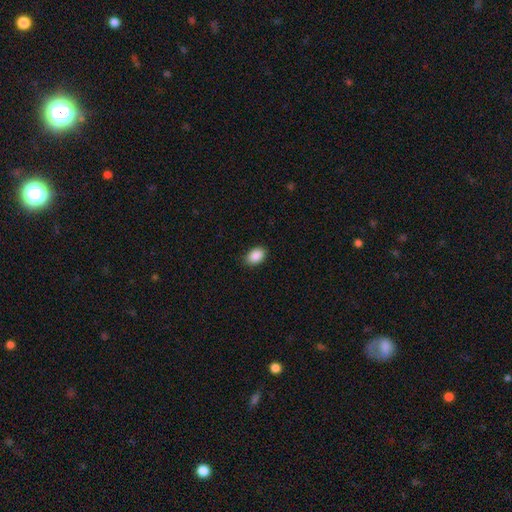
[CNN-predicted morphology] Q: Smooth or featured?
A: smooth (90%); runner-up: star or artifact (8%)
Q: How rounded?
A: in between (83%); runner-up: round (16%)
Q: Merging?
A: none (87%); runner-up: minor disturbance (10%)